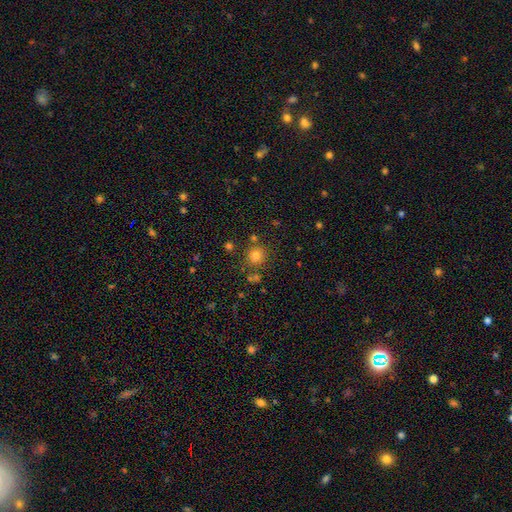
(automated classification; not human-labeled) smooth 77%, star or artifact 16%, featured or disk 7%. Down the decision tree: how rounded — round (88%); merging — none (78%).